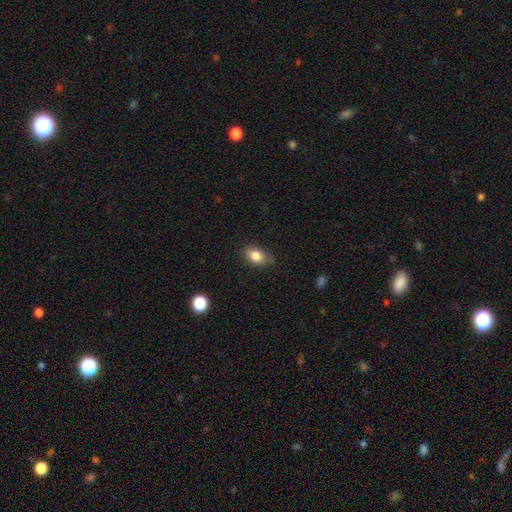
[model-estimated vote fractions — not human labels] A smooth galaxy with no disk features (83%) that is in between round and cigar-shaped (81%). Merging: none (73%).